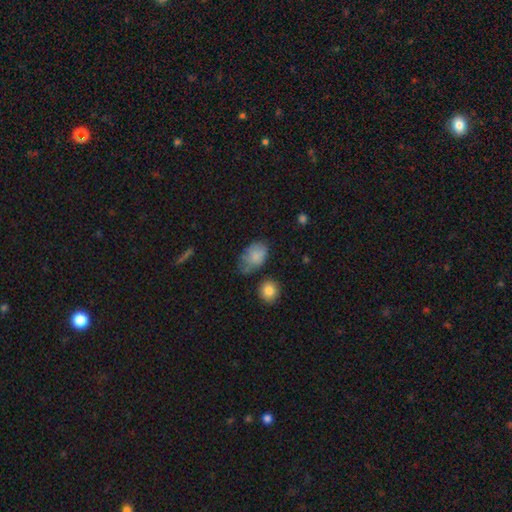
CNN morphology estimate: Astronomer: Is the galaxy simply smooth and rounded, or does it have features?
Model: smooth — 79%.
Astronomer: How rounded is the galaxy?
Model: in between — 82%.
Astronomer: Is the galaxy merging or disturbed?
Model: none — 45% (runner-up: minor disturbance, 34%).